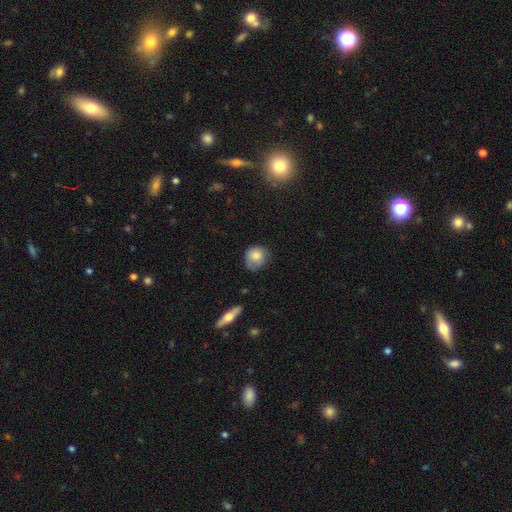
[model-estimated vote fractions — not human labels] The model was most divided on "merging": none: 59%, minor disturbance: 31%, major disturbance: 8%, merger: 2%. More confident: how rounded — round (80%); smooth or featured — smooth (77%).